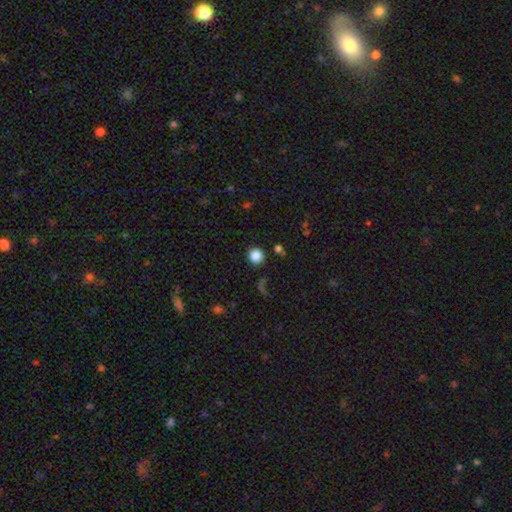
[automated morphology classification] The model was most divided on "smooth or featured": smooth: 85%, star or artifact: 11%, featured or disk: 4%. More confident: how rounded — round (93%); merging — none (88%).